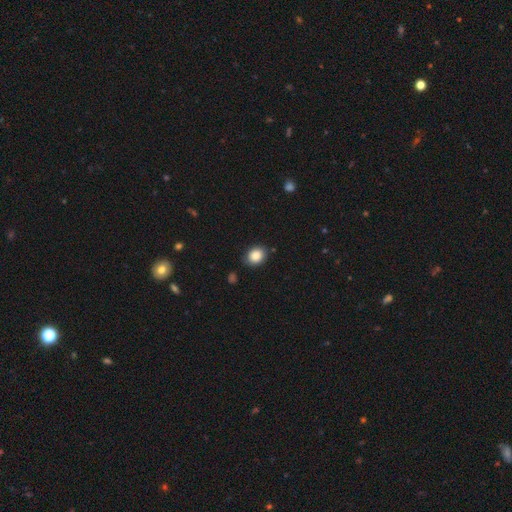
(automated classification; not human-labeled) Q: Smooth or featured?
A: smooth (87%); runner-up: star or artifact (8%)
Q: How rounded?
A: in between (51%); runner-up: round (48%)
Q: Merging?
A: none (83%); runner-up: minor disturbance (13%)